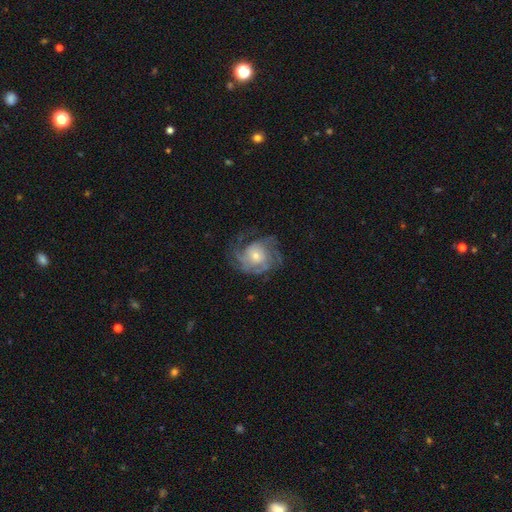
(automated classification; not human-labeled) featured or disk 82%, smooth 12%, star or artifact 6%. Down the decision tree: edge-on disk — no (97%); bar — no (75%); spiral arms — yes (94%); spiral arm count — 3 (27%); spiral winding — tight (48%); bulge size — small (50%); merging — none (66%).